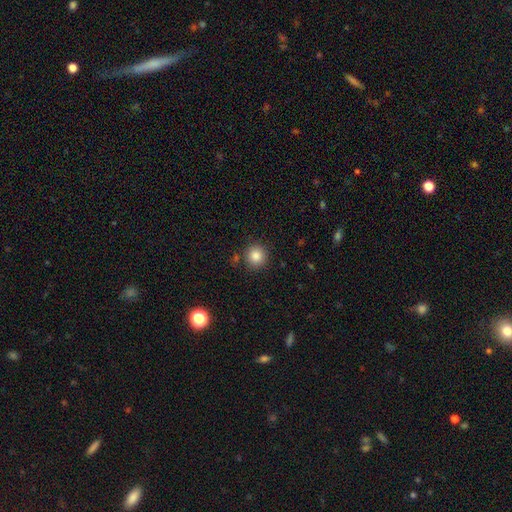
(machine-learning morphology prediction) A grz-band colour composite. It shows a smooth galaxy with no disk features (85%) that is round (92%). Merging: none (87%).